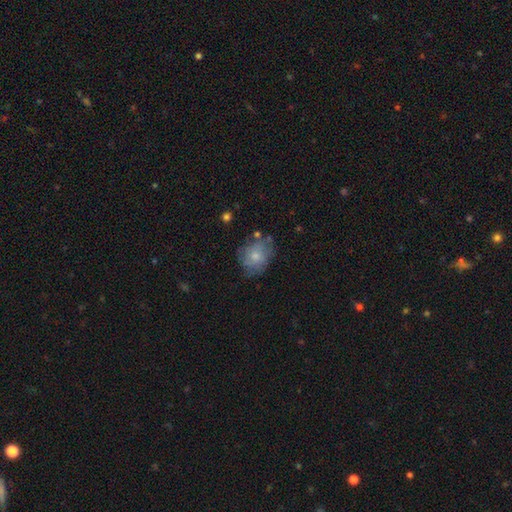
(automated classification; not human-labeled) smooth 58%, featured or disk 34%, star or artifact 8%. Down the decision tree: how rounded — round (59%); merging — none (59%).